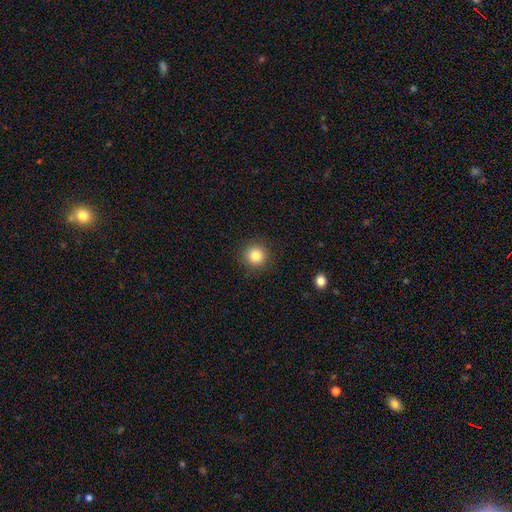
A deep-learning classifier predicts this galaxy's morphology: Overall: smooth (83%). How rounded: round (94%). Merging: none (91%).